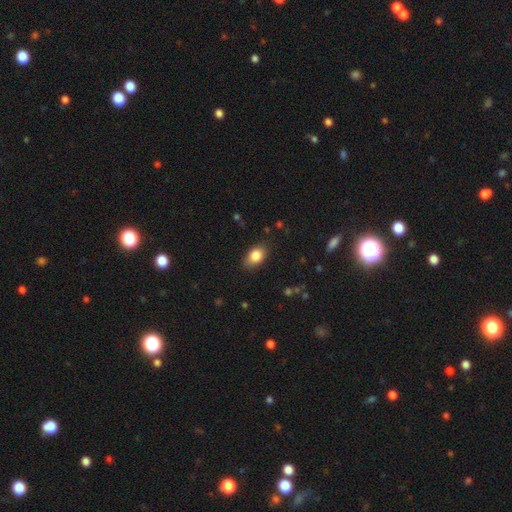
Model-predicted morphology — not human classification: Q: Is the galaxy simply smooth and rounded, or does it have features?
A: smooth — 84%.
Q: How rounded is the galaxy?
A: in between — 85%.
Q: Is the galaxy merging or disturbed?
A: none — 82%.